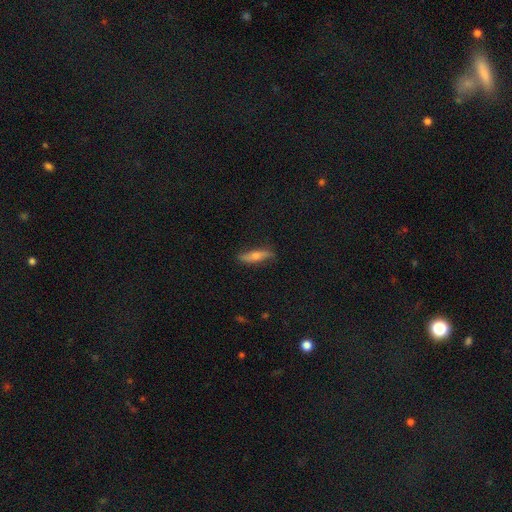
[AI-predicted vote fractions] Smooth or featured? Predicted: smooth (p=0.53). How rounded? Predicted: cigar-shaped (p=0.72). Merging? Predicted: none (p=0.82).